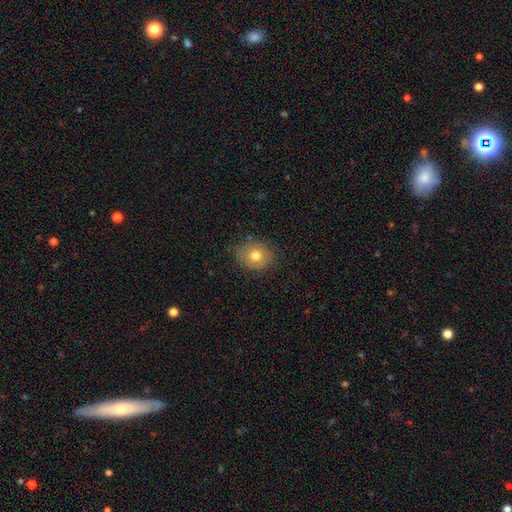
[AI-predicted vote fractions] Overall: smooth (73%). How rounded: round (61%; in between 38%). Merging: none (75%).